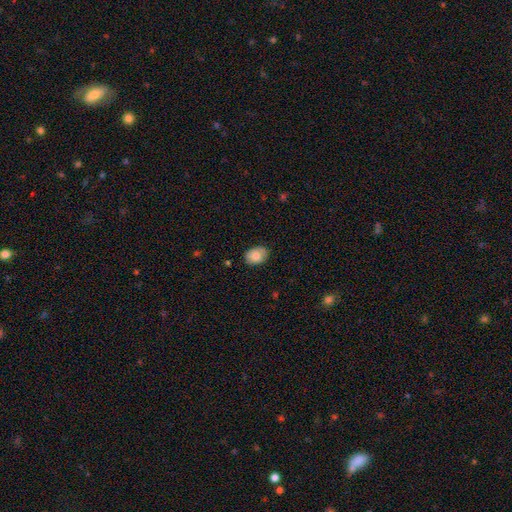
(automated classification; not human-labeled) Q: Smooth or featured?
A: smooth (80%); runner-up: featured or disk (13%)
Q: How rounded?
A: in between (77%); runner-up: round (22%)
Q: Merging?
A: none (84%); runner-up: minor disturbance (13%)